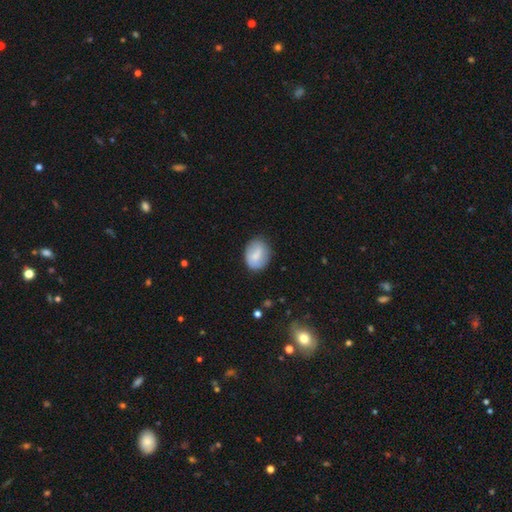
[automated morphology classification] Smooth or featured?
  - smooth: 73% *
  - featured or disk: 21%
  - star or artifact: 7%
How rounded?
  - in between: 61% *
  - round: 38%
  - cigar-shaped: 1%
Merging?
  - none: 76% *
  - minor disturbance: 18%
  - major disturbance: 4%
  - merger: 1%